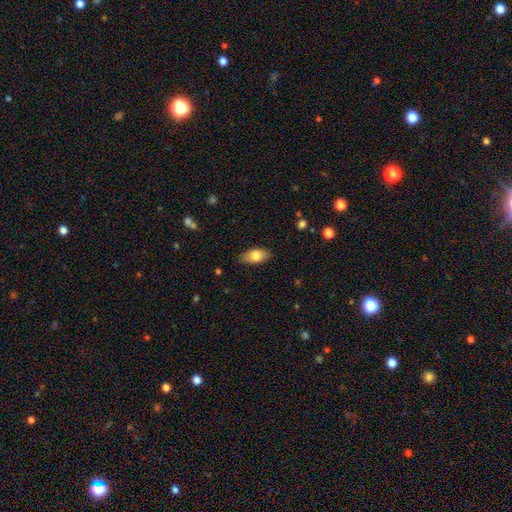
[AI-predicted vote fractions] Overall: smooth (78%). How rounded: in between (90%). Merging: none (86%).